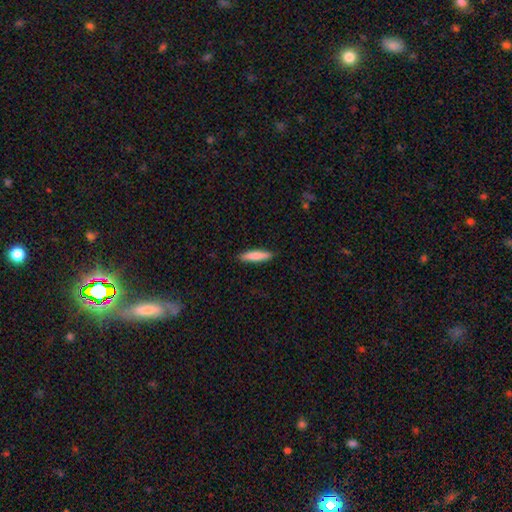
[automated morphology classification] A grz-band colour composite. It shows a smooth galaxy with no disk features (82%) that is cigar-shaped (80%). Merging: none (89%).